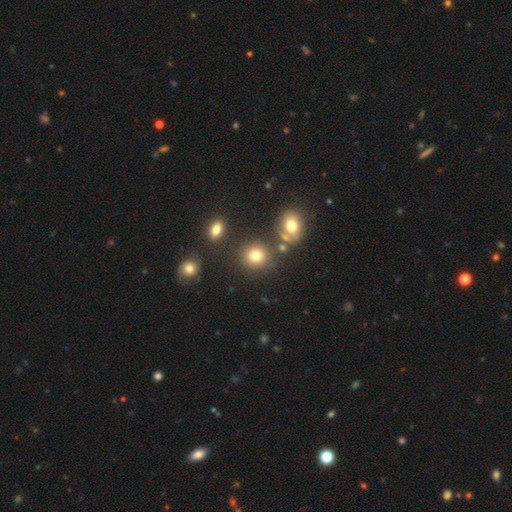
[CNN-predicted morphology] Overall: smooth (77%). How rounded: round (83%). Merging: none (77%).